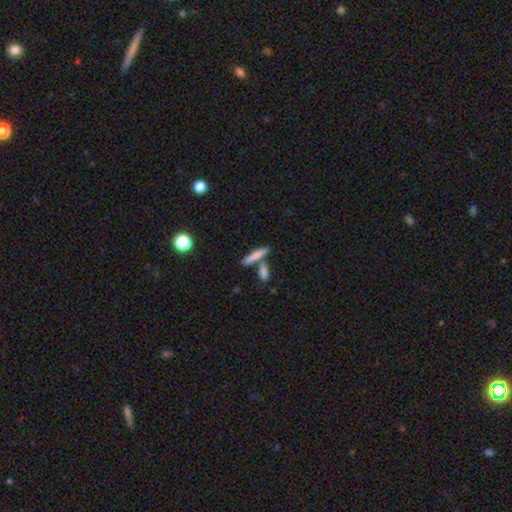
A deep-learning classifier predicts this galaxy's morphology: This is likely a smooth galaxy (73%). How rounded: clearly cigar-shaped (82%). Merging: likely none (62%).